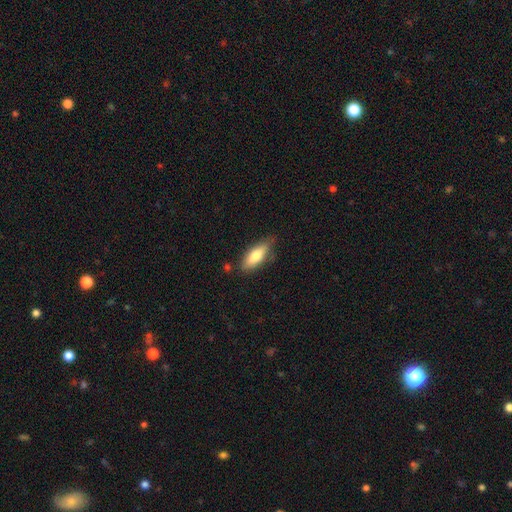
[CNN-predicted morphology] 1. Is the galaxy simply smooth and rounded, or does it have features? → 72% smooth, 22% featured or disk, 6% star or artifact.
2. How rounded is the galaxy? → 64% in between, 33% cigar-shaped, 2% round.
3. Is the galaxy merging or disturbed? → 74% none, 19% minor disturbance, 3% major disturbance, 3% merger.